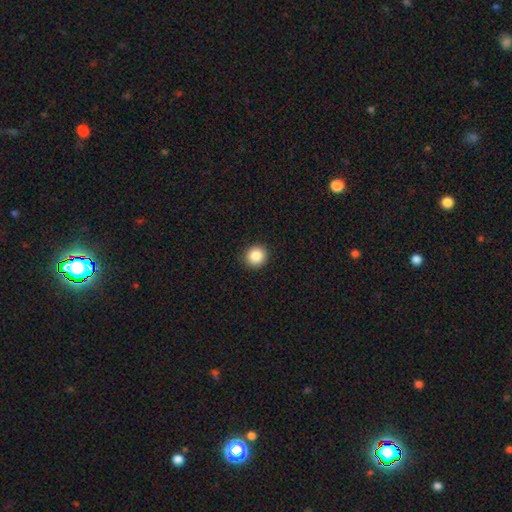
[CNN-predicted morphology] smooth 87%, star or artifact 9%, featured or disk 3%. Down the decision tree: how rounded — round (92%); merging — none (91%).